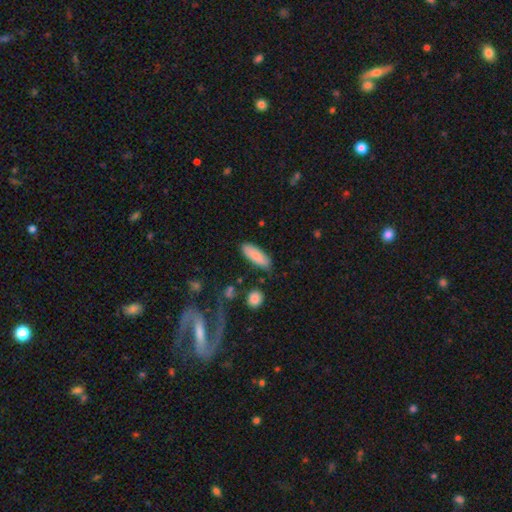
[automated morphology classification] Overall: smooth (85%). How rounded: in between (63%; cigar-shaped 35%). Merging: none (80%).